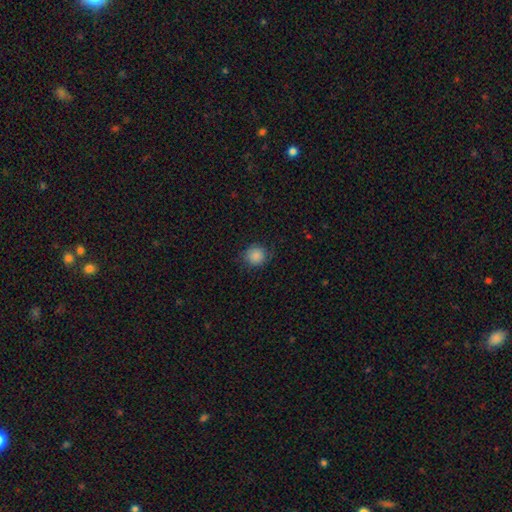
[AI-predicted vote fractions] Morphology: type=smooth (86%); roundness=round (90%); merging=none (81%).